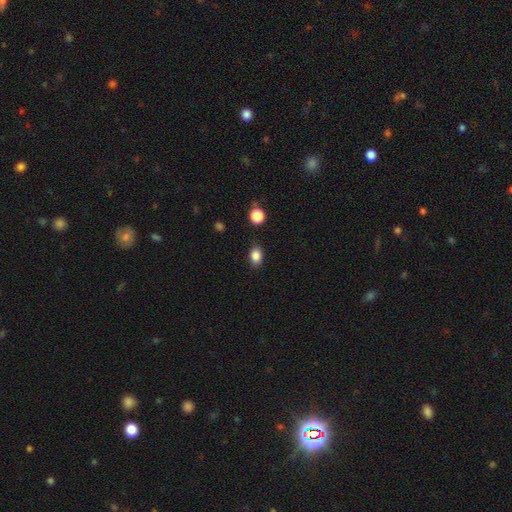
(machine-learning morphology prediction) type=smooth (85%); roundness=in between (77%); merging=none (83%).